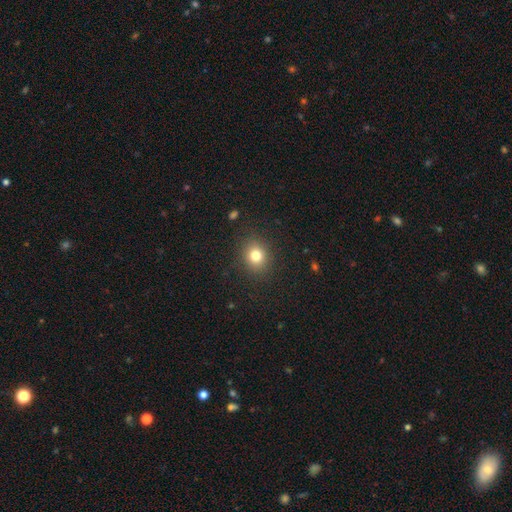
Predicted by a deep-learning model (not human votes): This is likely a smooth galaxy (79%). How rounded: likely round (70%). Merging: clearly none (88%).